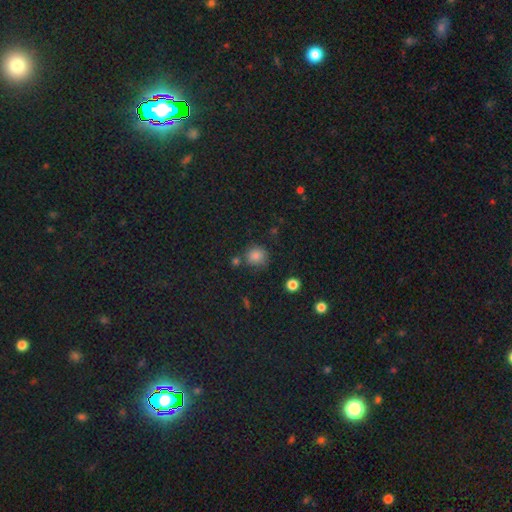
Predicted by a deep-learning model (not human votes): A smooth galaxy with no disk features (79%) that is round (87%). Merging: none (75%).